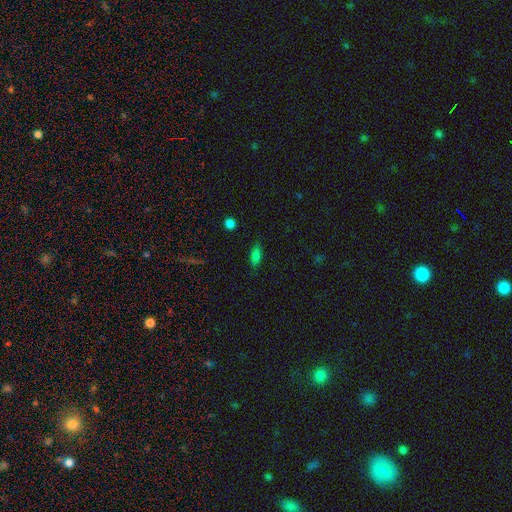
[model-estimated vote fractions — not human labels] A smooth galaxy with no disk features (78%) that is in between round and cigar-shaped (79%). Merging: none (77%).